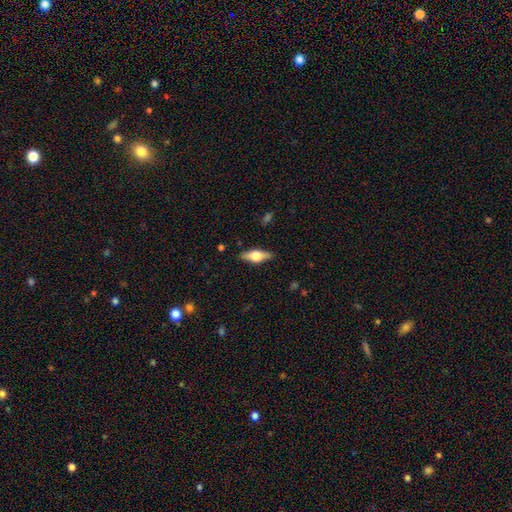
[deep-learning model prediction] Smooth or featured? featured or disk (54%)
Edge-on disk? yes (93%)
Edge-on bulge? rounded (92%)
Merging? none (87%)